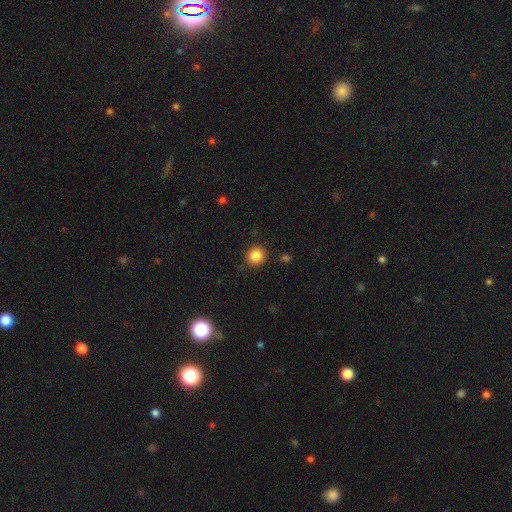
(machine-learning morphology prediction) Q: Smooth or featured?
A: smooth (85%); runner-up: star or artifact (11%)
Q: How rounded?
A: round (92%); runner-up: in between (7%)
Q: Merging?
A: none (88%); runner-up: minor disturbance (8%)